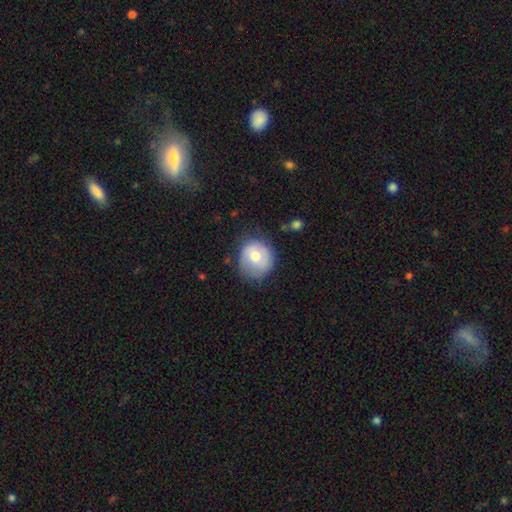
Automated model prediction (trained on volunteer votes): A smooth galaxy with no disk features (67%) that is round (78%).

Vote fractions:
- Smooth or featured? smooth: 67% / featured or disk: 26% / star or artifact: 7%
- How rounded? round: 78% / in between: 21% / cigar-shaped: 1%
- Merging? none: 66% / minor disturbance: 25% / major disturbance: 8% / merger: 2%